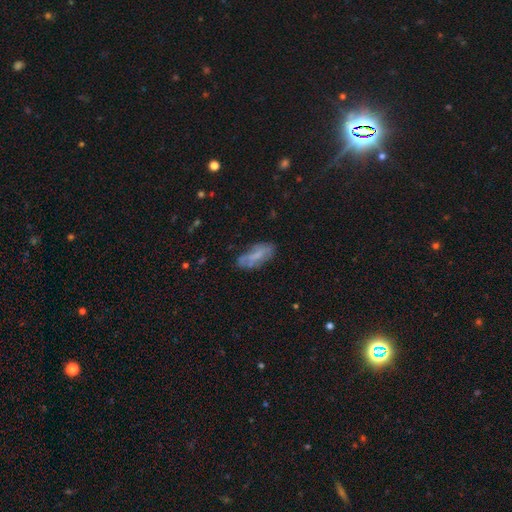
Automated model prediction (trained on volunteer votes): Q: Smooth or featured?
A: smooth (50%); runner-up: featured or disk (41%)
Q: Merging?
A: none (64%); runner-up: minor disturbance (24%)